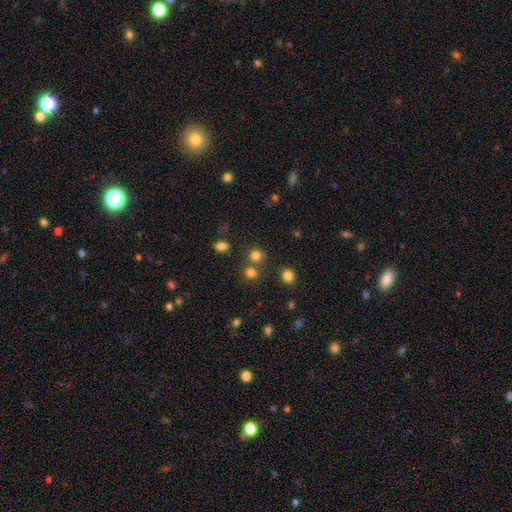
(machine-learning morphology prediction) This appears to be a smooth galaxy with no disk features (78%) that is round (85%). Merging: none (69%).